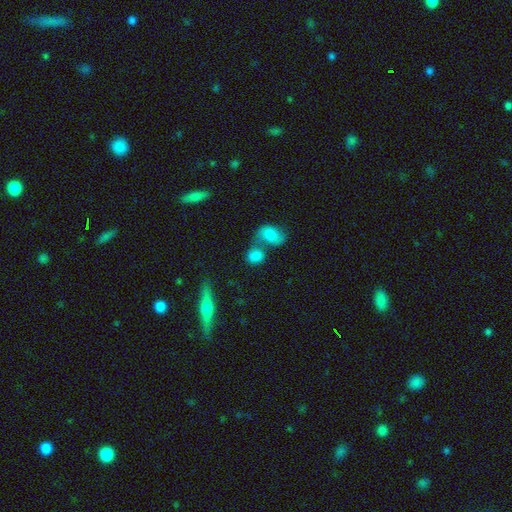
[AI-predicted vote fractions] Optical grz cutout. It shows a smooth galaxy with no disk features (78%) that is in between round and cigar-shaped (53%). Merging: merger (46%).